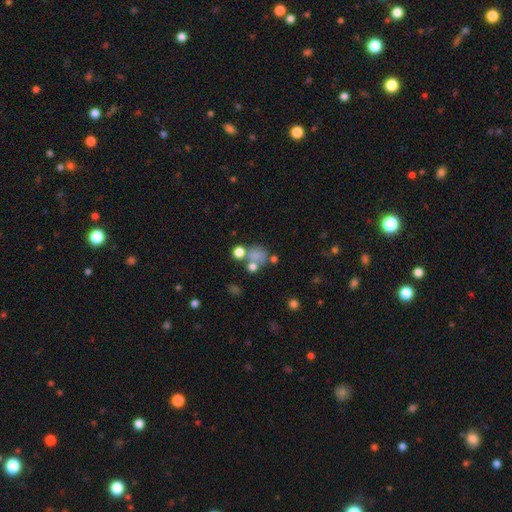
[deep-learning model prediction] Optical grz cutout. It shows a smooth galaxy with no disk features (68%) that is round (69%). Merging: none (42%).